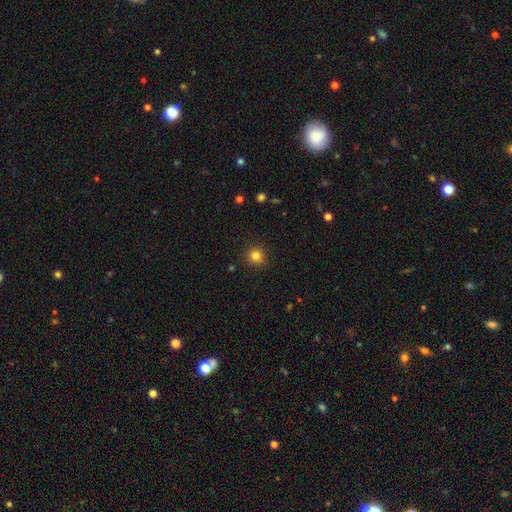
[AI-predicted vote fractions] This is clearly a smooth galaxy (82%). How rounded: clearly round (93%). Merging: clearly none (91%).